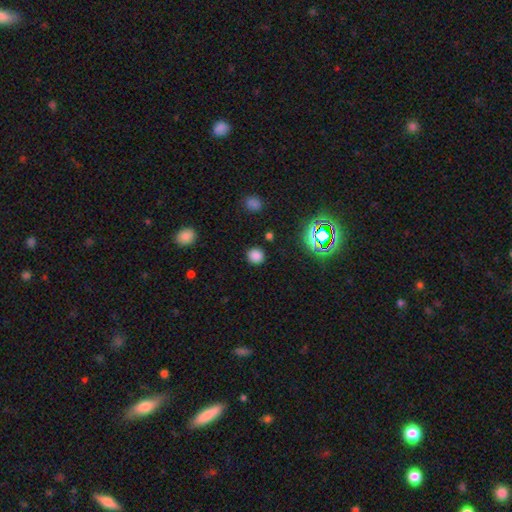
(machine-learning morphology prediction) Smooth or featured: smooth — 78% (star or artifact — 17%)
How rounded: round — 90% (in between — 9%)
Merging: none — 88% (minor disturbance — 7%)